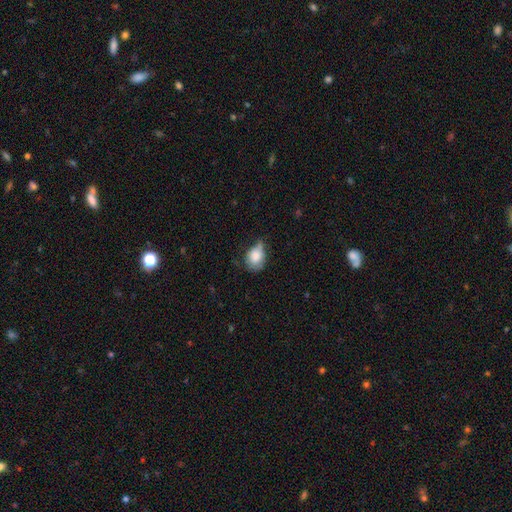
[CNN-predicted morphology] smooth_or_featured: smooth (p=0.80) [alt: featured or disk p=0.12]
how_rounded: in between (p=0.60) [alt: round p=0.39]
merging: minor disturbance (p=0.46) [alt: none p=0.32]